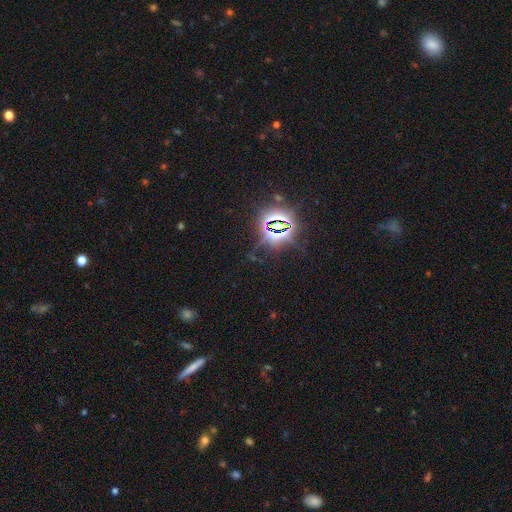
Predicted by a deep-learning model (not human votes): This is clearly a star or artifact rather than a galaxy (81%).